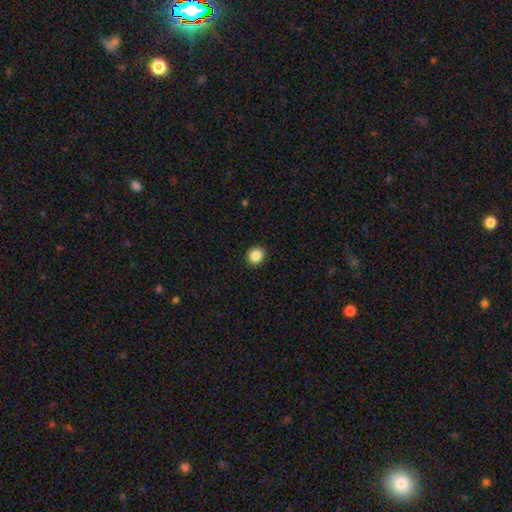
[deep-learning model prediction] The model was most divided on "how rounded": round: 81%, in between: 19%, cigar-shaped: 1%. More confident: merging — none (92%); smooth or featured — smooth (87%).